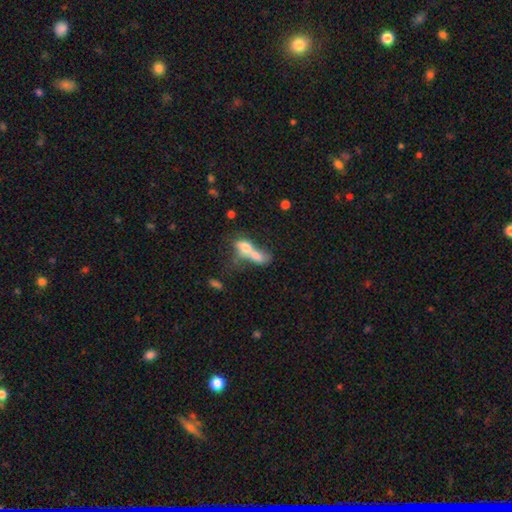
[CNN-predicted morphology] smooth_or_featured: smooth (p=0.62) [alt: featured or disk p=0.27]
how_rounded: in between (p=0.71) [alt: cigar-shaped p=0.17]
merging: merger (p=0.72) [alt: none p=0.12]